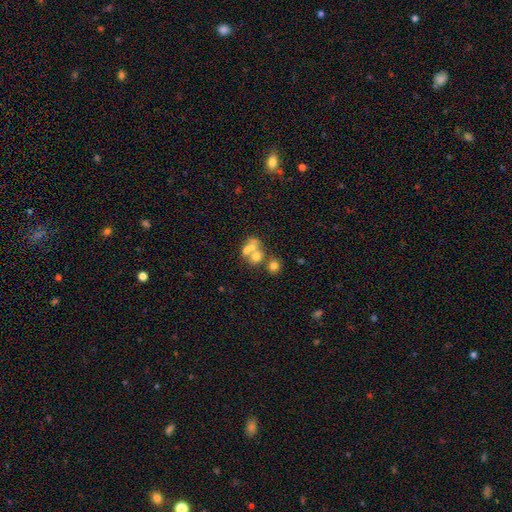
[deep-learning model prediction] Smooth or featured? smooth (48%)
Merging? merger (50%)